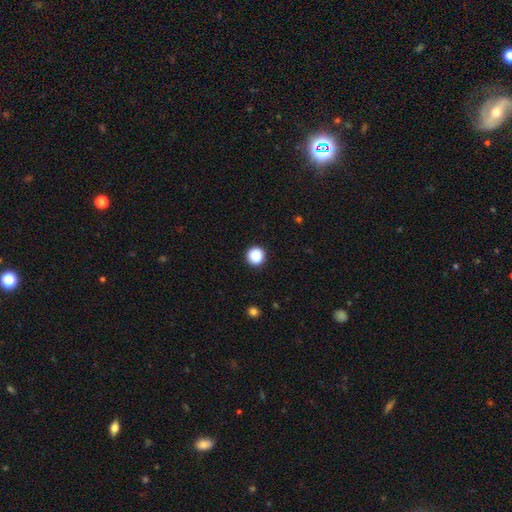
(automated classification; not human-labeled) Smooth or featured?
  - smooth: 88% *
  - star or artifact: 9%
  - featured or disk: 2%
How rounded?
  - round: 96% *
  - in between: 3%
  - cigar-shaped: 1%
Merging?
  - none: 92% *
  - minor disturbance: 5%
  - major disturbance: 2%
  - merger: 1%